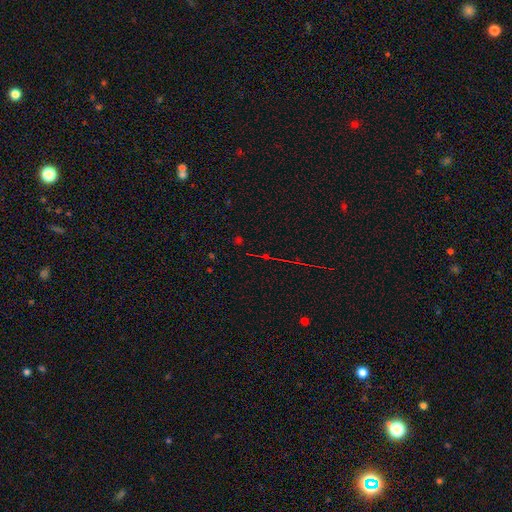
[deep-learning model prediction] Q: Smooth or featured?
A: star or artifact (68%); runner-up: smooth (16%)